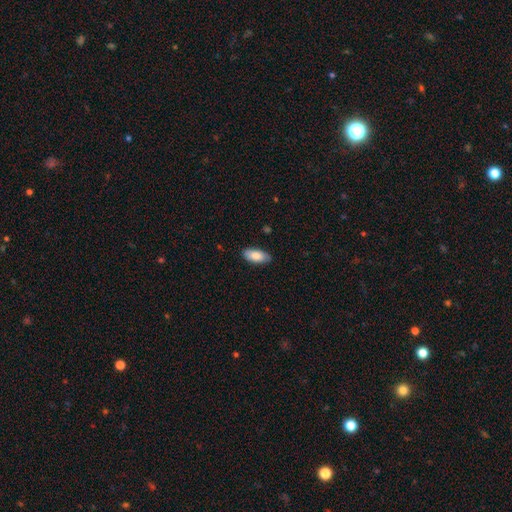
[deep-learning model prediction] smooth-or-featured: smooth: 81% | featured or disk: 13% | star or artifact: 6%
  how-rounded: in between: 88% | cigar-shaped: 9% | round: 2%
  merging: none: 85% | minor disturbance: 12% | major disturbance: 2% | merger: 1%